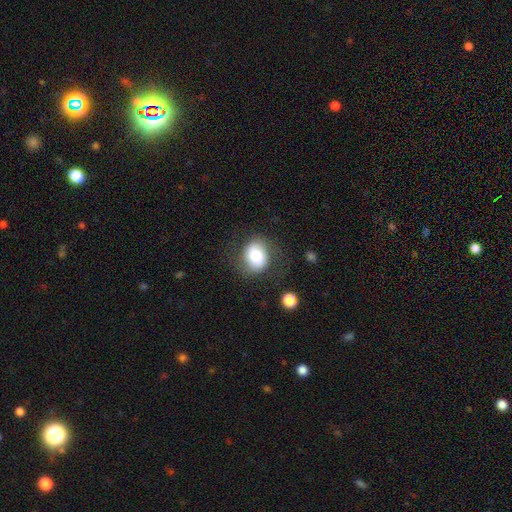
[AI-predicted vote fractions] Smooth or featured: smooth — 72% (featured or disk — 19%)
How rounded: round — 52% (in between — 47%)
Merging: none — 73% (minor disturbance — 17%)